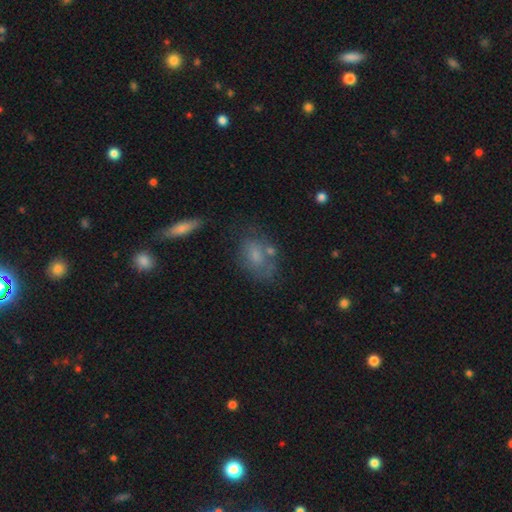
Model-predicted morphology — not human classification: The model was most divided on "merging": none: 53%, minor disturbance: 23%, major disturbance: 12%, merger: 12%. More confident: how rounded — in between (80%); smooth or featured — smooth (60%).